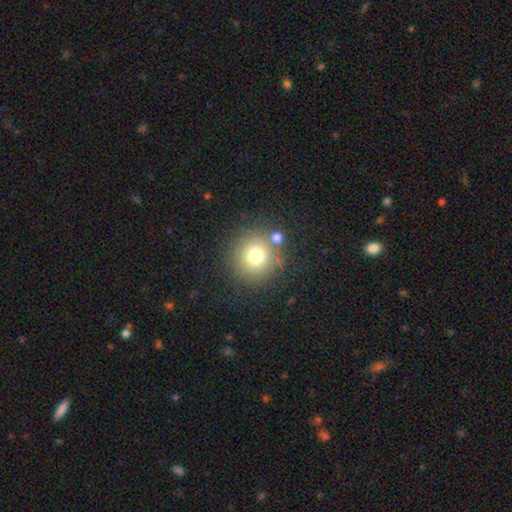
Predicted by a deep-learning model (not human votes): Smooth or featured?
  - smooth: 74% *
  - star or artifact: 15%
  - featured or disk: 11%
How rounded?
  - round: 94% *
  - in between: 5%
  - cigar-shaped: 1%
Merging?
  - none: 79% *
  - minor disturbance: 9%
  - merger: 8%
  - major disturbance: 4%